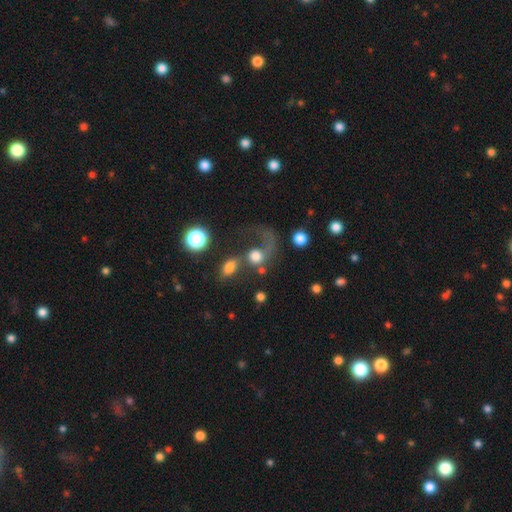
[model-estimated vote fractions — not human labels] Morphology: type=smooth (58%); roundness=round (71%); merging=major disturbance (42%).